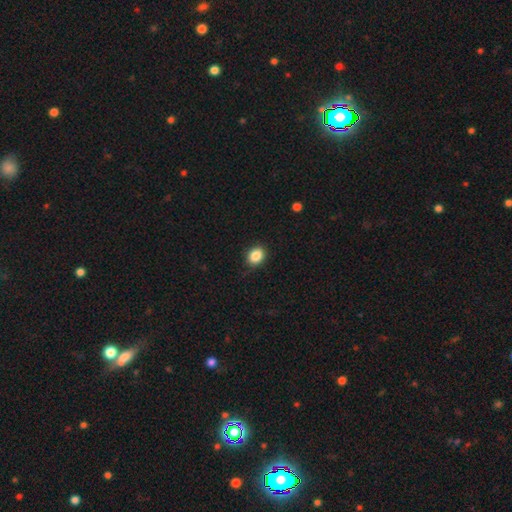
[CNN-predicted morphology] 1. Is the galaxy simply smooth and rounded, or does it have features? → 87% smooth, 9% star or artifact, 4% featured or disk.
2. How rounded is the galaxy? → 53% in between, 46% round, 1% cigar-shaped.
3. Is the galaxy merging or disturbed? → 86% none, 10% minor disturbance, 2% major disturbance, 1% merger.